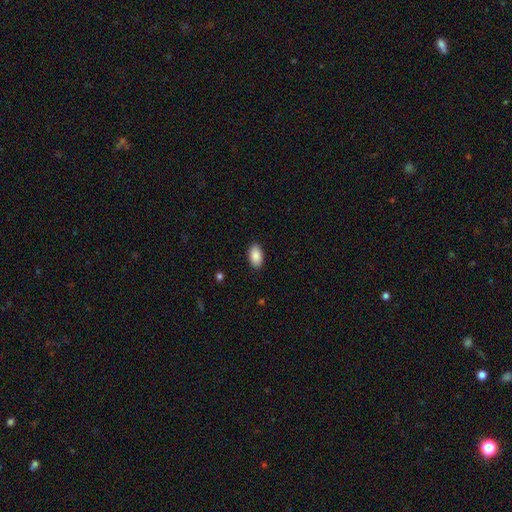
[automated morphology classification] type=smooth (89%); roundness=in between (94%); merging=none (89%).